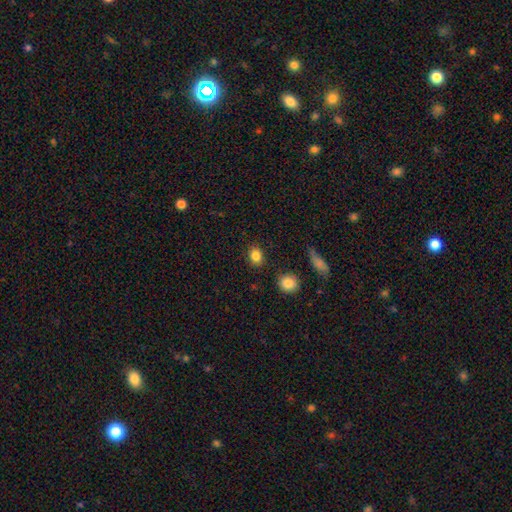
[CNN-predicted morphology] Smooth or featured?
  - smooth: 84% *
  - star or artifact: 10%
  - featured or disk: 6%
How rounded?
  - round: 51% *
  - in between: 48%
  - cigar-shaped: 1%
Merging?
  - none: 86% *
  - minor disturbance: 8%
  - major disturbance: 3%
  - merger: 3%